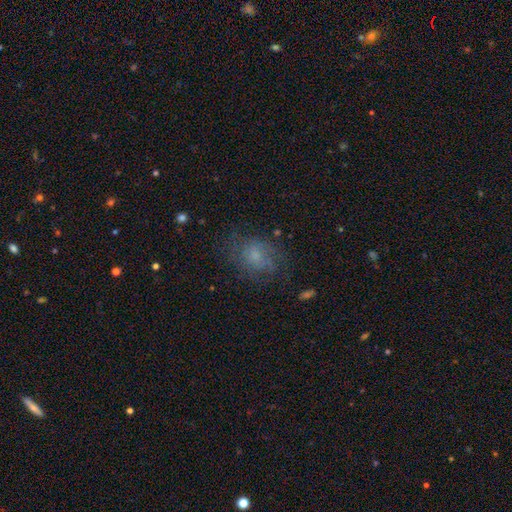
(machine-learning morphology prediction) smooth 44%, featured or disk 41%, star or artifact 15%. Down the decision tree: merging — none (63%).